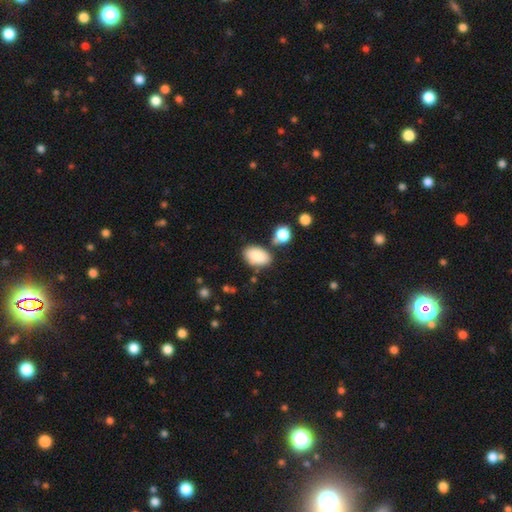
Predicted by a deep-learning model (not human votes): Morphology: type=smooth (86%); roundness=in between (90%); merging=none (71%).